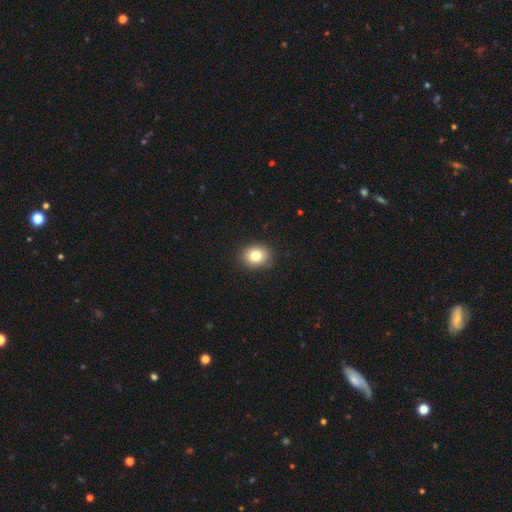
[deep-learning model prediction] This is clearly a smooth galaxy (81%). How rounded: likely round (64%). Merging: clearly none (89%).